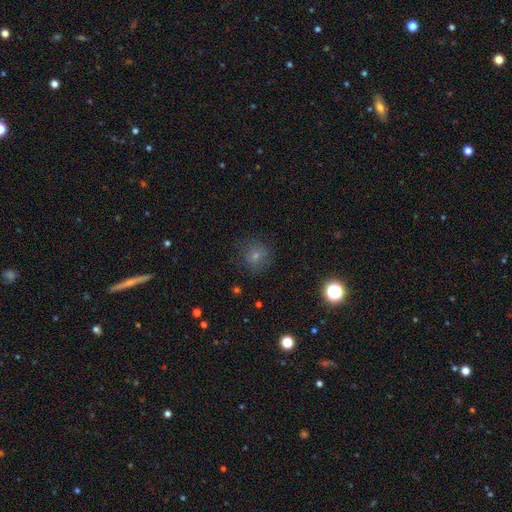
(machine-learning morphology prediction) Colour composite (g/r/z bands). It shows a smooth galaxy with no disk features (69%) that is round (85%). Merging: none (74%).